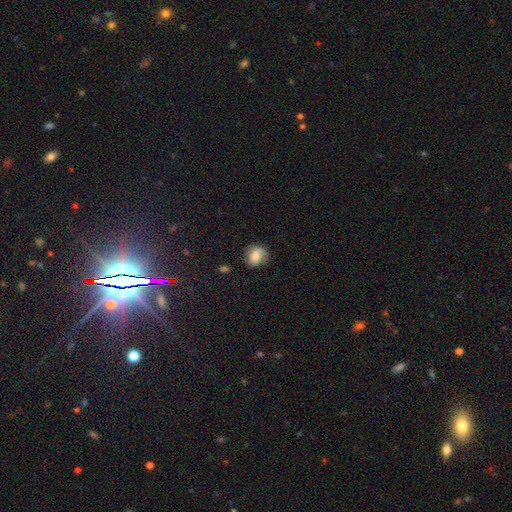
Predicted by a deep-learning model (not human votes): smooth 72%, featured or disk 19%, star or artifact 9%. Down the decision tree: how rounded — round (64%); merging — none (71%).